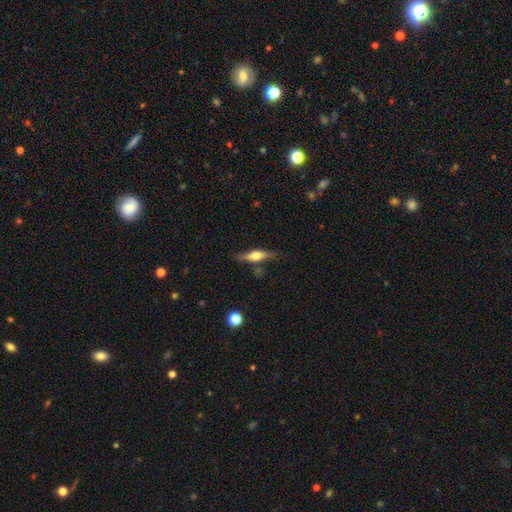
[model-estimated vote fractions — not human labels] smooth_or_featured: smooth (p=0.47) [tied with: featured or disk p=0.47]
merging: none (p=0.72) [alt: minor disturbance p=0.19]